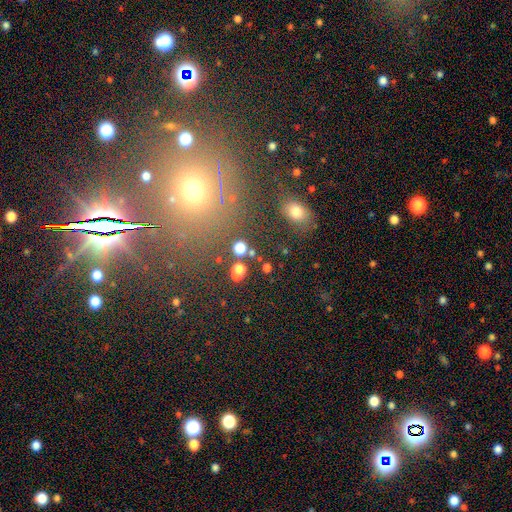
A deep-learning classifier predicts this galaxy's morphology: Smooth or featured?
  - star or artifact: 59% *
  - smooth: 30%
  - featured or disk: 11%